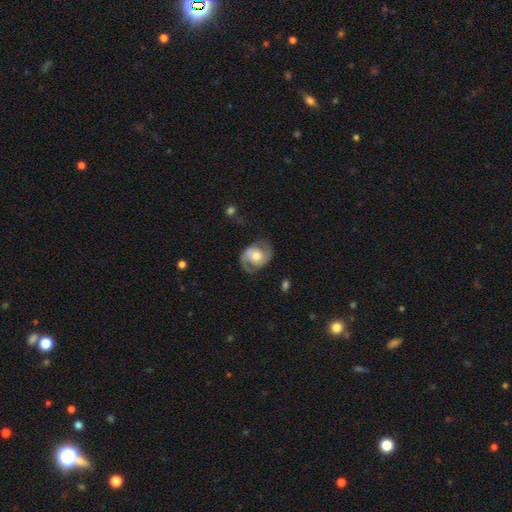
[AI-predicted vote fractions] smooth-or-featured: featured or disk: 74% | smooth: 20% | star or artifact: 6%
  disk-edge-on: no: 97% | yes: 3%
    bar: no: 58% | weak: 31% | strong: 10%
    has-spiral-arms: yes: 88% | no: 12%
      spiral-winding: medium: 48% | tight: 28% | loose: 23%
      spiral-arm-count: 2: 87% | can't tell: 6% | 1: 4% | 3: 1% | 4: 1% | more than 4: 1%
    bulge-size: moderate: 67% | small: 20% | large: 11% | none: 1% | dominant: 1%
  merging: none: 72% | minor disturbance: 17% | major disturbance: 9% | merger: 1%